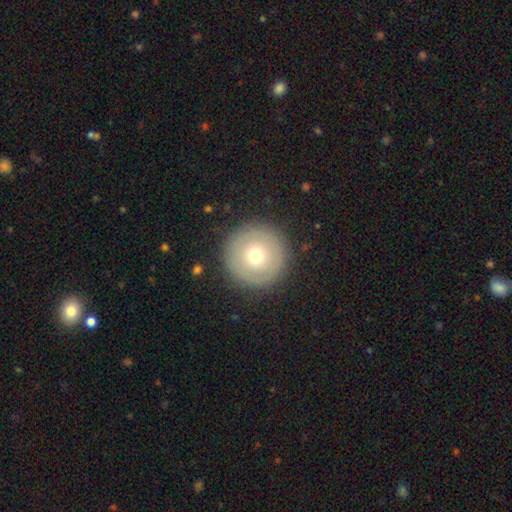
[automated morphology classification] Q: Smooth or featured?
A: smooth (63%); runner-up: featured or disk (27%)
Q: How rounded?
A: round (97%); runner-up: in between (2%)
Q: Merging?
A: none (89%); runner-up: minor disturbance (7%)